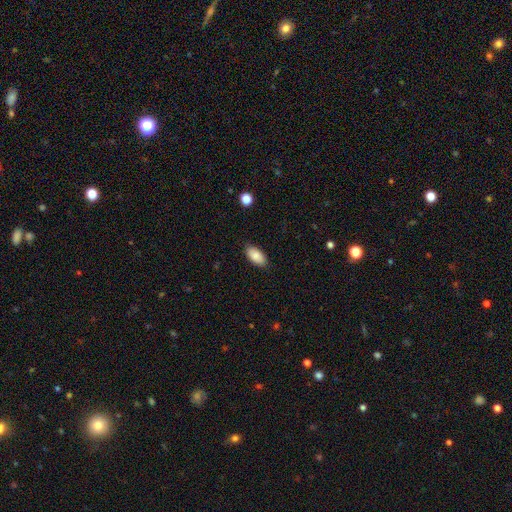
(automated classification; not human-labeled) A smooth galaxy with no disk features (87%) that is in between round and cigar-shaped (94%). Merging: none (87%).